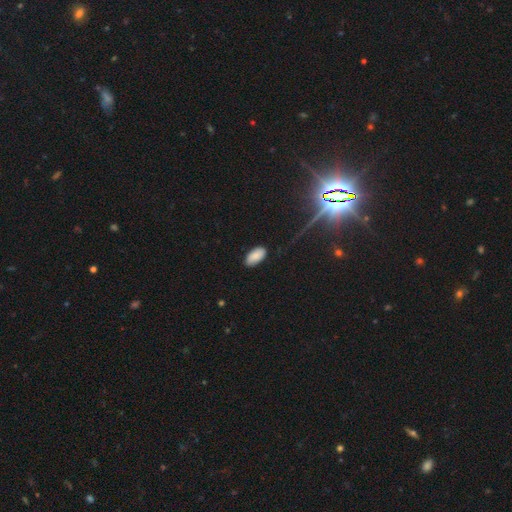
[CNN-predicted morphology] This is clearly a smooth galaxy (86%). How rounded: clearly in between (95%). Merging: clearly none (85%).